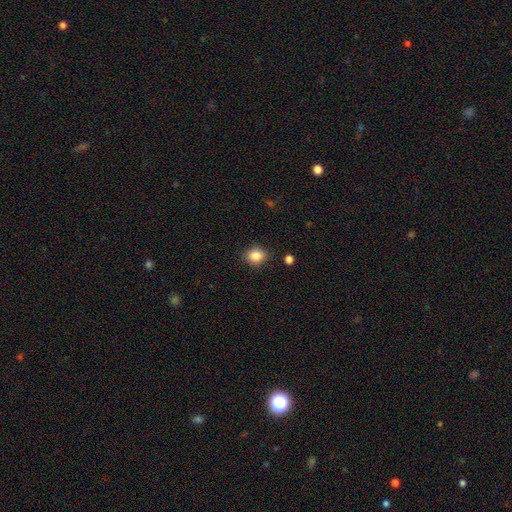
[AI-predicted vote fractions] The model was most divided on "how rounded": round: 65%, in between: 34%, cigar-shaped: 1%. More confident: merging — none (87%); smooth or featured — smooth (85%).